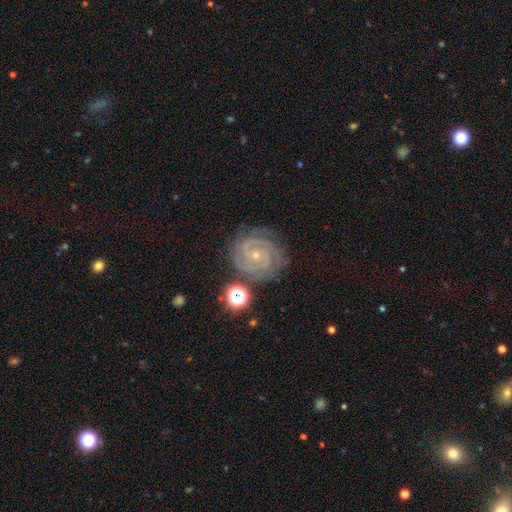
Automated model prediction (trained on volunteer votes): The model was most divided on "spiral arm count": 2: 40%, 3: 28%, can't tell: 14%, 4: 8%, more than 4: 5%, 1: 5%. More confident: edge-on disk — no (98%); spiral arms — yes (98%); smooth or featured — featured or disk (87%); bulge size — small (81%); spiral winding — tight (78%); merging — none (77%); bar — no (69%).